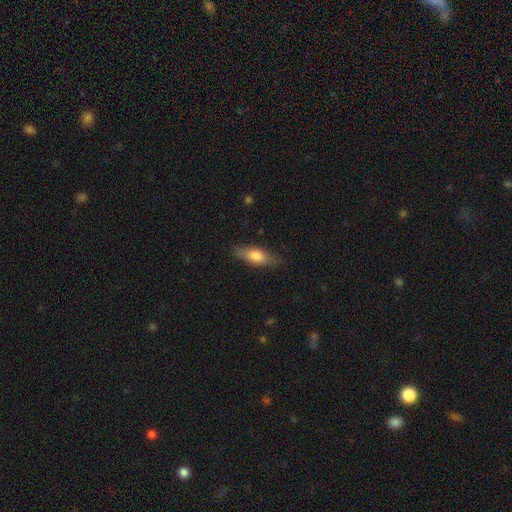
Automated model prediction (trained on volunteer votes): Smooth or featured?
  - smooth: 72% *
  - featured or disk: 22%
  - star or artifact: 6%
How rounded?
  - in between: 63% *
  - cigar-shaped: 35%
  - round: 3%
Merging?
  - none: 83% *
  - minor disturbance: 13%
  - major disturbance: 3%
  - merger: 1%